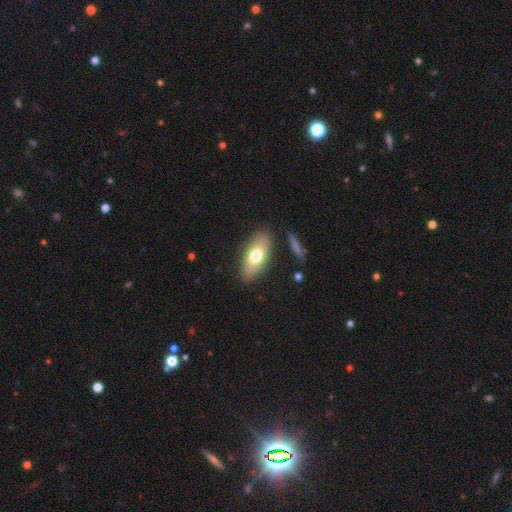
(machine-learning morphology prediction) Q: Smooth or featured?
A: smooth (69%); runner-up: featured or disk (25%)
Q: How rounded?
A: in between (81%); runner-up: cigar-shaped (16%)
Q: Merging?
A: none (85%); runner-up: minor disturbance (10%)